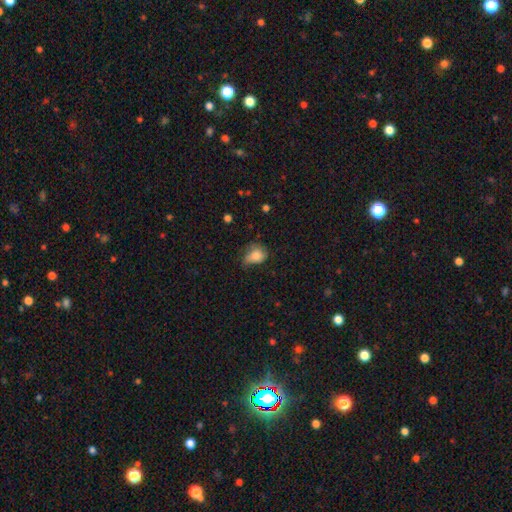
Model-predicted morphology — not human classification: A smooth galaxy with no disk features (79%) that is in between round and cigar-shaped (64%). Merging: minor disturbance (40%).